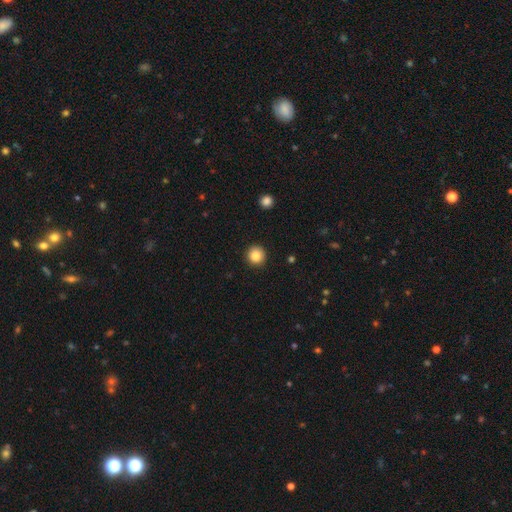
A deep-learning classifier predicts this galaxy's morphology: A smooth galaxy with no disk features (86%) that is round (94%). Merging: none (92%).